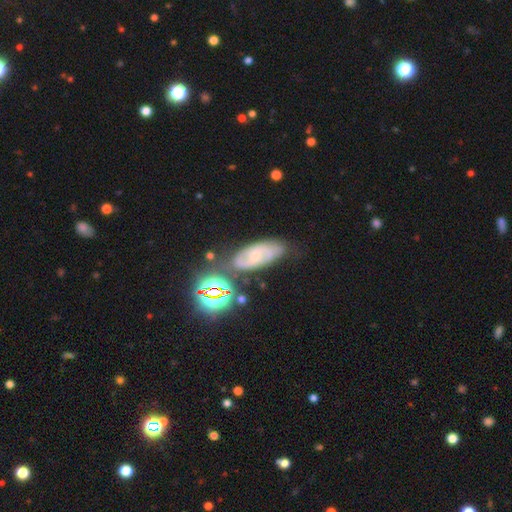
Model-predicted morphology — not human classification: A featured or disk galaxy (69%) with no bar (56%), 2 (70%) medium (46%) spiral arms (92%) and a small central bulge (68%). Merging: none (67%).